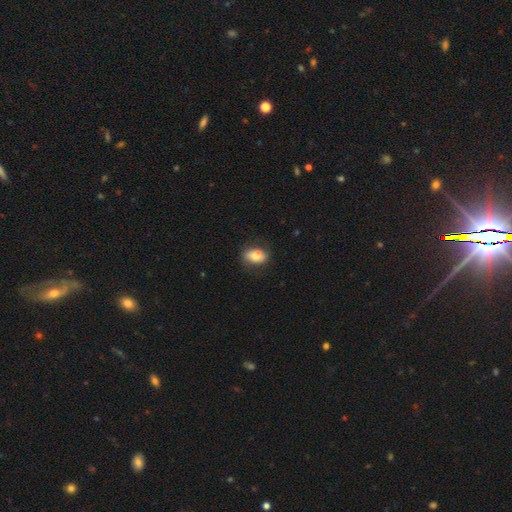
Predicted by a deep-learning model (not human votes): Overall: smooth (71%). How rounded: in between (82%). Merging: none (71%).